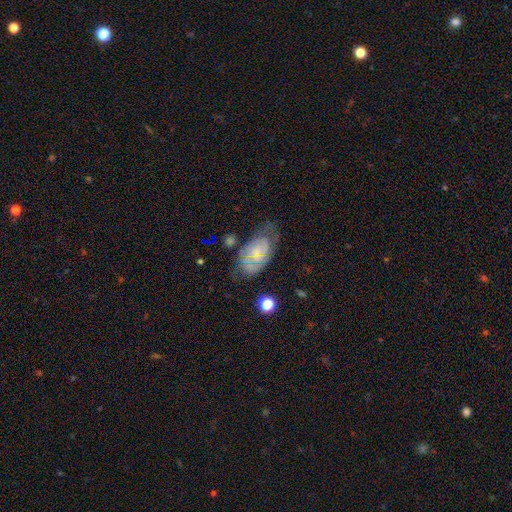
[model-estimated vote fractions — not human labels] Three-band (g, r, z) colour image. It shows a featured or disk galaxy (63%) with no bar (65%), spiral arms (82%) and a small central bulge (63%). Merging: none (54%).